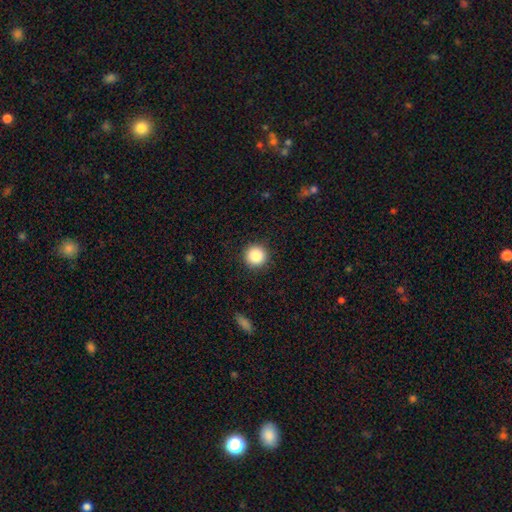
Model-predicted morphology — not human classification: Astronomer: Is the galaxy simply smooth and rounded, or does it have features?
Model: smooth — 87%.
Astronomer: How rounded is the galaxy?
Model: round — 96%.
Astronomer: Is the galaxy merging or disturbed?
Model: none — 92%.